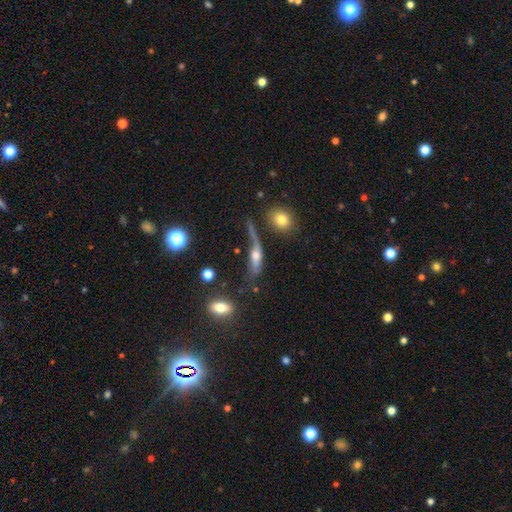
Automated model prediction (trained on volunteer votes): This appears to be a featured or disk galaxy (55%) viewed edge-on (72%). Merging: none (44%).